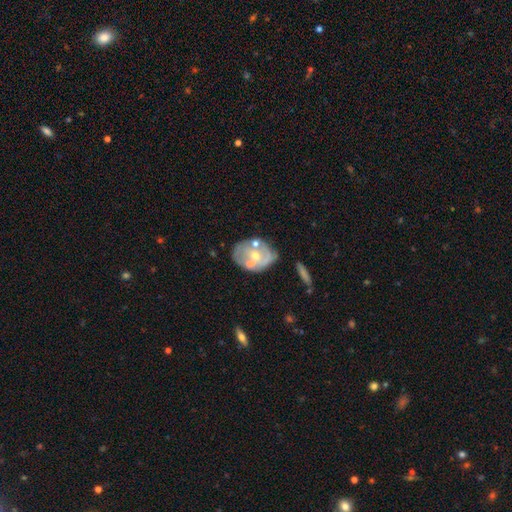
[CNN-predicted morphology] Smooth or featured: featured or disk — 64% (smooth — 27%)
Edge-on disk: no — 96% (yes — 4%)
Bar: no — 77% (weak — 18%)
Spiral arms: no — 66% (yes — 34%)
Bulge size: small — 47% (moderate — 46%)
Merging: none — 46% (merger — 23%)